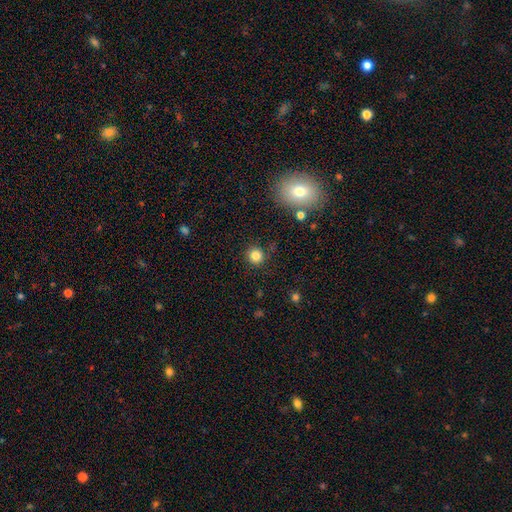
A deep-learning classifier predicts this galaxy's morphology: Q: Smooth or featured?
A: smooth (83%); runner-up: star or artifact (12%)
Q: How rounded?
A: round (92%); runner-up: in between (7%)
Q: Merging?
A: none (87%); runner-up: minor disturbance (8%)